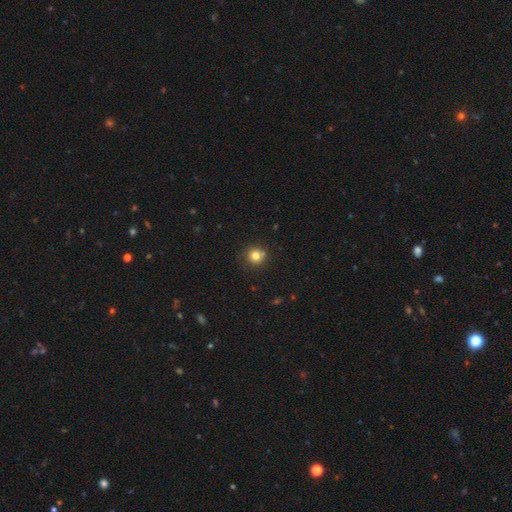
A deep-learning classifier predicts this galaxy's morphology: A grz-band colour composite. It shows a smooth galaxy with no disk features (80%) that is round (92%). Merging: none (77%).